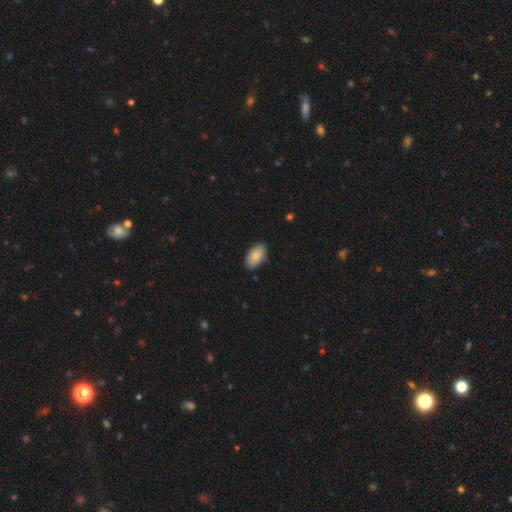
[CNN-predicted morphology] Smooth or featured: smooth — 88% (featured or disk — 6%)
How rounded: in between — 95% (round — 3%)
Merging: none — 84% (minor disturbance — 13%)